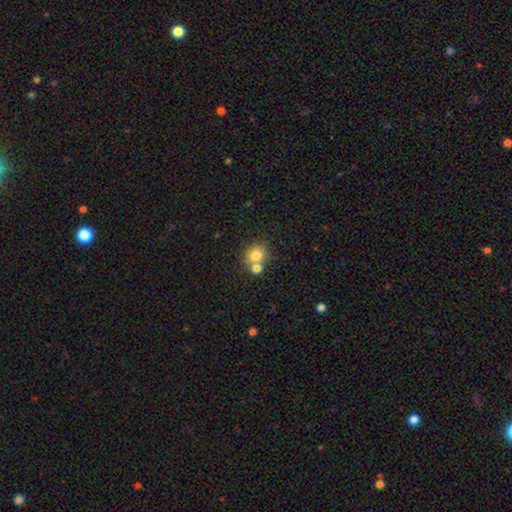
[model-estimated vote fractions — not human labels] Smooth or featured: smooth — 78% (star or artifact — 11%)
How rounded: round — 75% (in between — 24%)
Merging: none — 49% (merger — 39%)